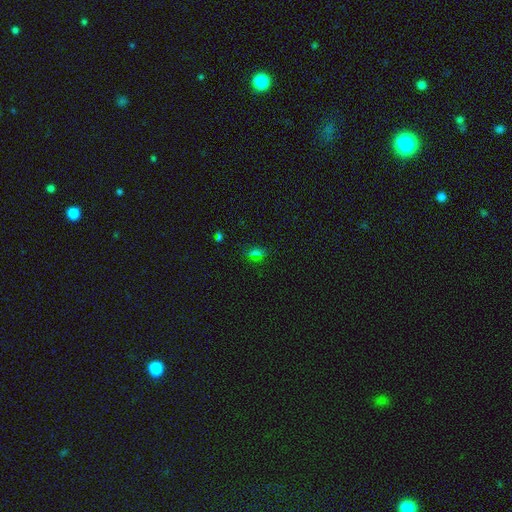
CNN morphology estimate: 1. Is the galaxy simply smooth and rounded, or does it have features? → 52% smooth, 39% star or artifact, 9% featured or disk.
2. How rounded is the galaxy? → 59% in between, 30% round, 12% cigar-shaped.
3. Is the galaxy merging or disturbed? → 85% none, 10% minor disturbance, 3% major disturbance, 2% merger.